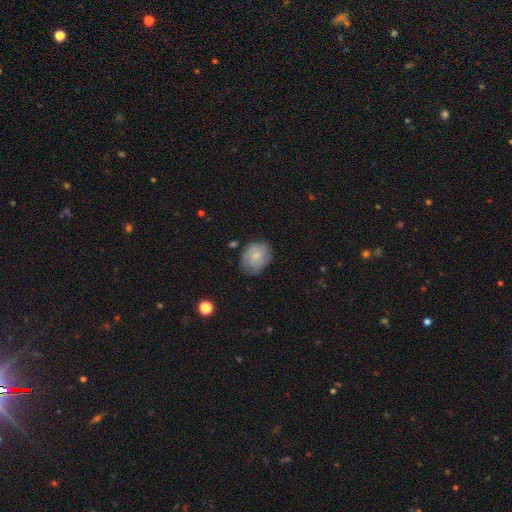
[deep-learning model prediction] This is likely a smooth galaxy (61%). How rounded: possibly round (52%). Merging: likely none (72%).